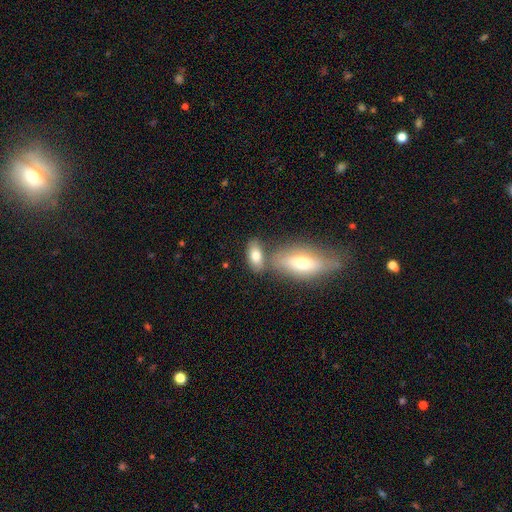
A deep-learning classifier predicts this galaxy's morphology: smooth 76%, featured or disk 16%, star or artifact 7%. Down the decision tree: how rounded — in between (88%); merging — none (55%).